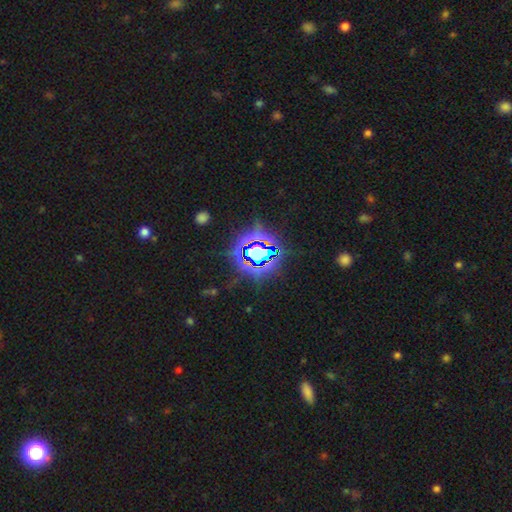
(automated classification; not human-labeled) This is likely a star or artifact rather than a galaxy (76%).